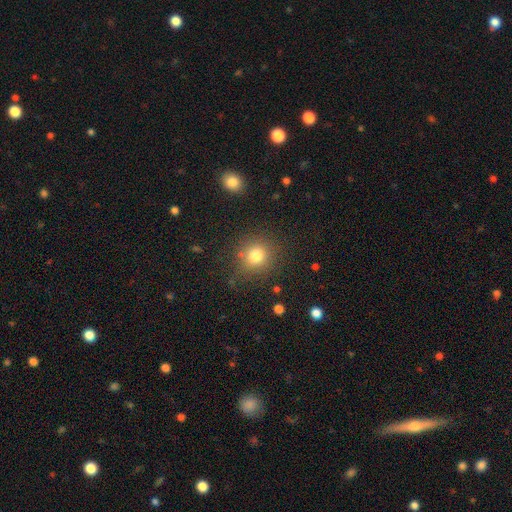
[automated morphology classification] Smooth or featured: smooth — 78% (star or artifact — 14%)
How rounded: round — 87% (in between — 12%)
Merging: none — 80% (minor disturbance — 12%)